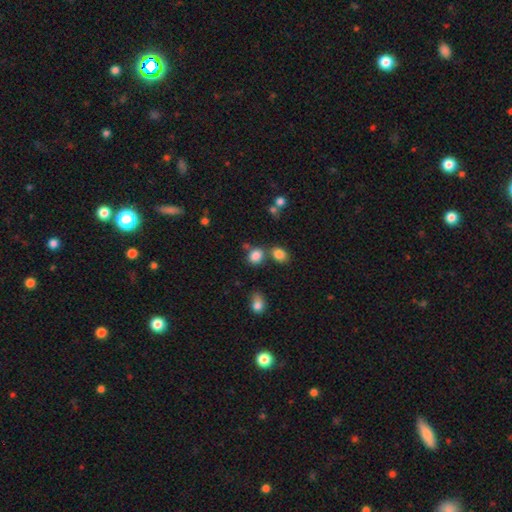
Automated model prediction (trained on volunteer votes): Q: Smooth or featured?
A: smooth (83%); runner-up: star or artifact (12%)
Q: How rounded?
A: in between (53%); runner-up: round (46%)
Q: Merging?
A: none (59%); runner-up: merger (22%)